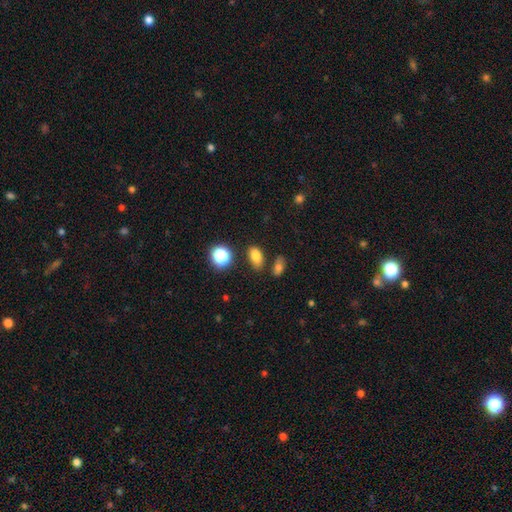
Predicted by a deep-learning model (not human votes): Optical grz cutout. It shows a smooth galaxy with no disk features (78%) that is in between round and cigar-shaped (85%). Merging: none (75%).